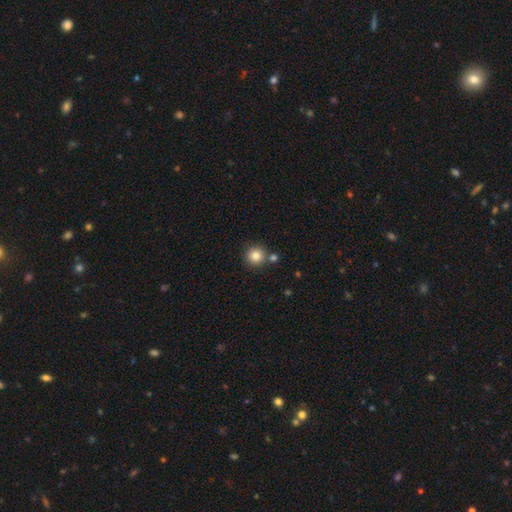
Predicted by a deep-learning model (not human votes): Smooth or featured?
  - smooth: 83% *
  - star or artifact: 11%
  - featured or disk: 6%
How rounded?
  - round: 94% *
  - in between: 5%
  - cigar-shaped: 1%
Merging?
  - none: 77% *
  - merger: 13%
  - minor disturbance: 8%
  - major disturbance: 2%